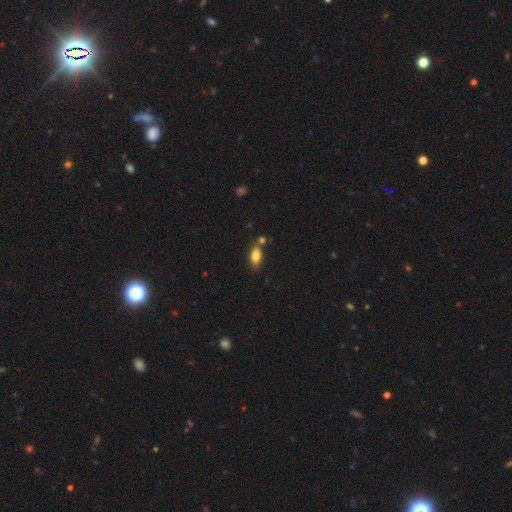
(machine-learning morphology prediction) This appears to be a smooth galaxy with no disk features (83%) that is in between round and cigar-shaped (88%). Merging: none (68%).